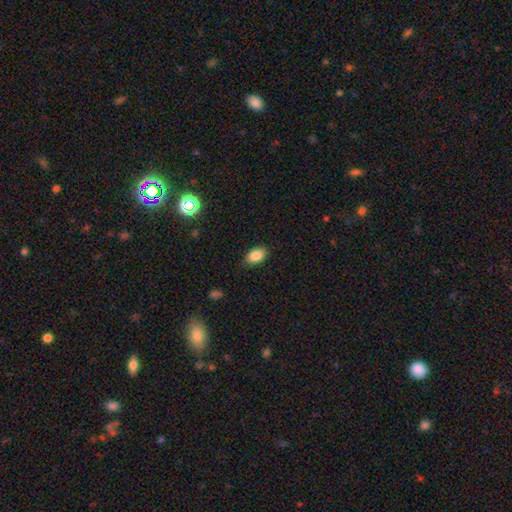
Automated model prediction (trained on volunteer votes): Q: Smooth or featured?
A: smooth (85%); runner-up: star or artifact (9%)
Q: How rounded?
A: in between (88%); runner-up: round (10%)
Q: Merging?
A: none (85%); runner-up: minor disturbance (11%)